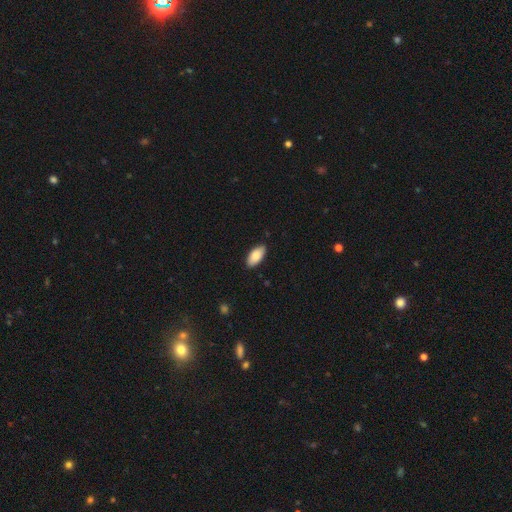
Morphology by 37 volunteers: Smooth or featured: smooth — 95% (featured or disk — 5%)
How rounded: in between — 97% (round — 3%)
Merging: none — 84% (minor disturbance — 14%)